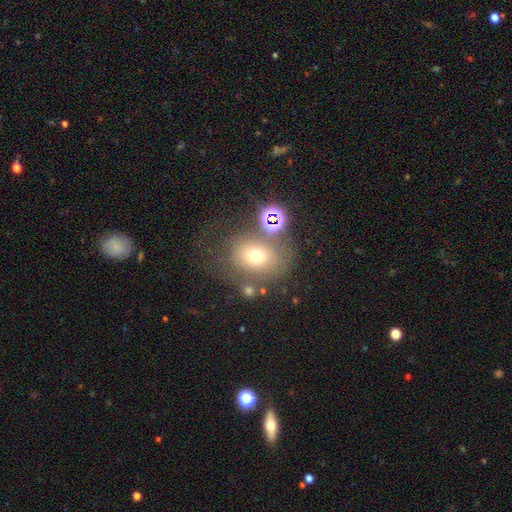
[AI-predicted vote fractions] Overall: smooth (63%). How rounded: round (54%; in between 45%). Merging: none (53%; minor disturbance 18%).